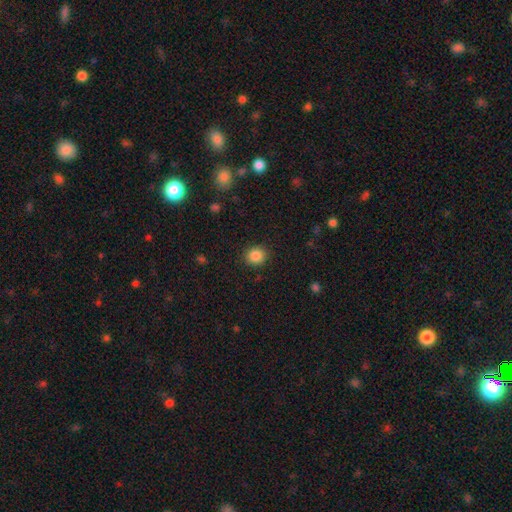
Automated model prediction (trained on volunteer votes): This is clearly a smooth galaxy (86%). How rounded: likely round (79%). Merging: clearly none (89%).